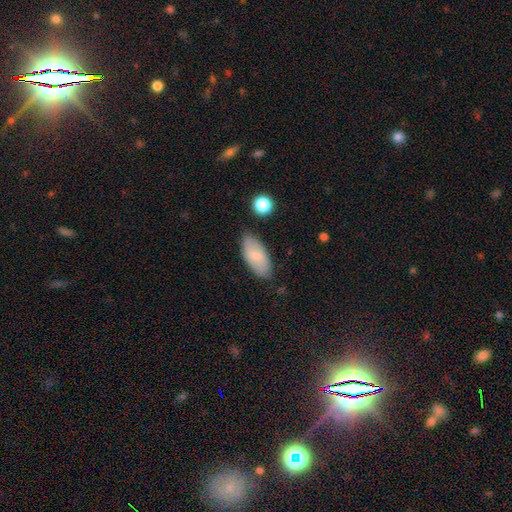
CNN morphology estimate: A smooth galaxy with no disk features (74%) that is in between round and cigar-shaped (91%). Merging: none (80%).